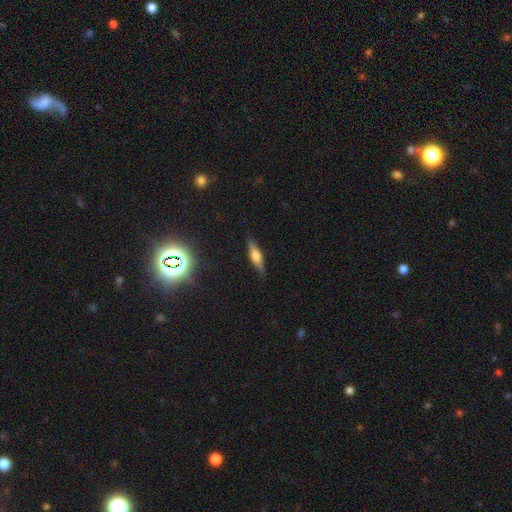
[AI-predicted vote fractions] This appears to be a featured or disk galaxy (51%) viewed edge-on (93%). Merging: none (86%).